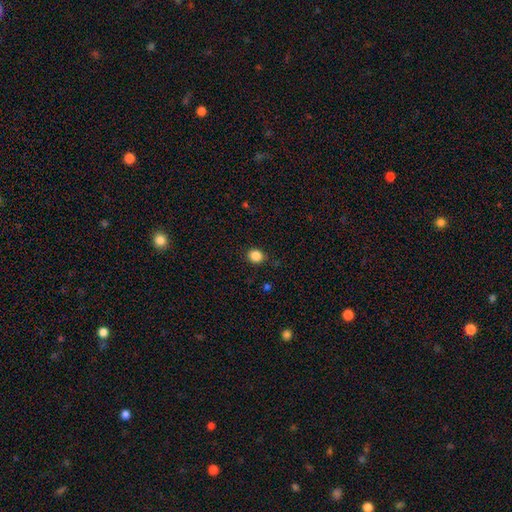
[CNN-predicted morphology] Smooth or featured? smooth (86%)
How rounded? round (78%)
Merging? none (88%)